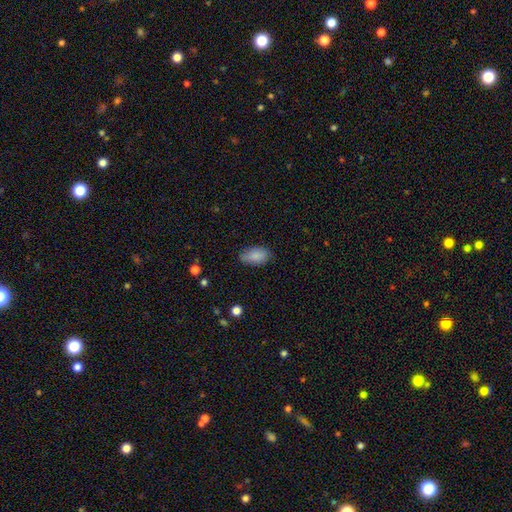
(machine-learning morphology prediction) Smooth or featured? Predicted: smooth (p=0.87). How rounded? Predicted: in between (p=0.93). Merging? Predicted: none (p=0.80).